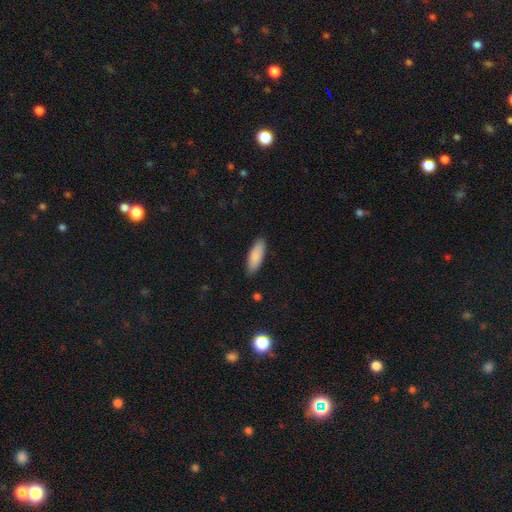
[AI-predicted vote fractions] The model was most divided on "how rounded": in between: 63%, cigar-shaped: 35%, round: 1%. More confident: smooth or featured — smooth (88%); merging — none (86%).